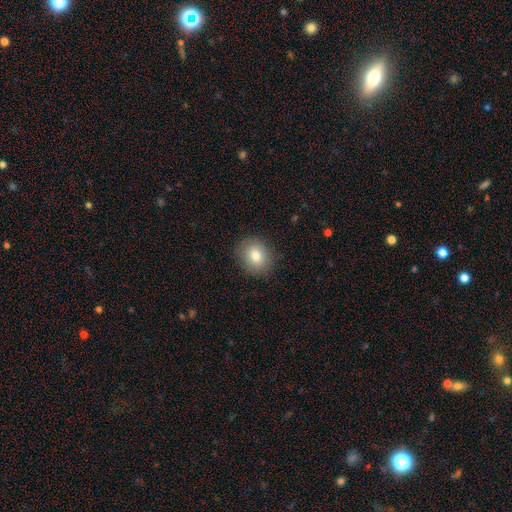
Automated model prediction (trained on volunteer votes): Overall: smooth (80%). How rounded: round (65%; in between 35%). Merging: none (87%).